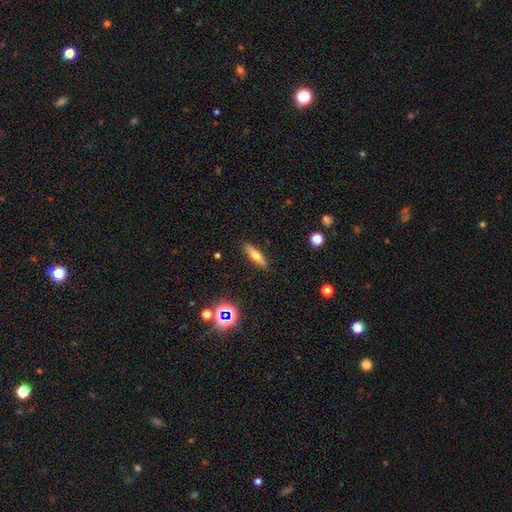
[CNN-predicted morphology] Smooth or featured?
  - smooth: 57% *
  - featured or disk: 33%
  - star or artifact: 9%
How rounded?
  - cigar-shaped: 61% *
  - in between: 35%
  - round: 3%
Merging?
  - none: 89% *
  - minor disturbance: 8%
  - major disturbance: 2%
  - merger: 1%